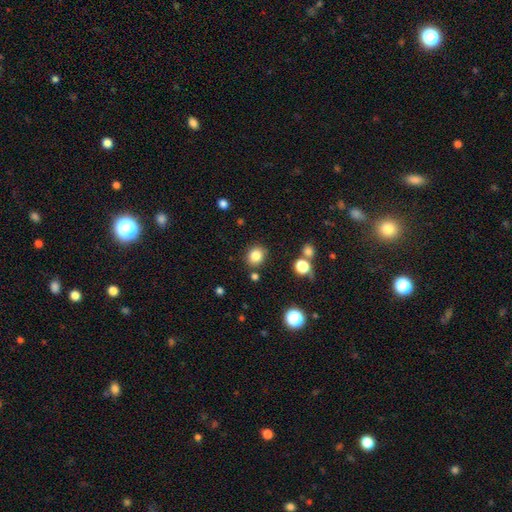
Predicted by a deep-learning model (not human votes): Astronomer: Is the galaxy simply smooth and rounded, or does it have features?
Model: smooth — 83%.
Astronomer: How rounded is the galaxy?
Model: round — 72%.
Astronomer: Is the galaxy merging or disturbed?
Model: none — 84%.